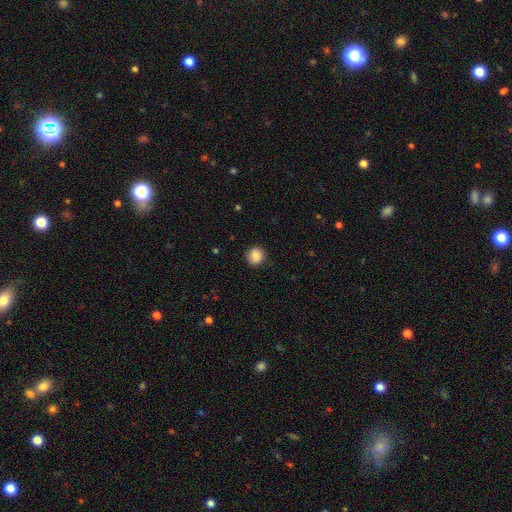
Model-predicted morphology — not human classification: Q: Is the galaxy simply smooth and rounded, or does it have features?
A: smooth — 88%.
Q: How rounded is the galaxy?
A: round — 86%.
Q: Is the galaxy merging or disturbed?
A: none — 89%.